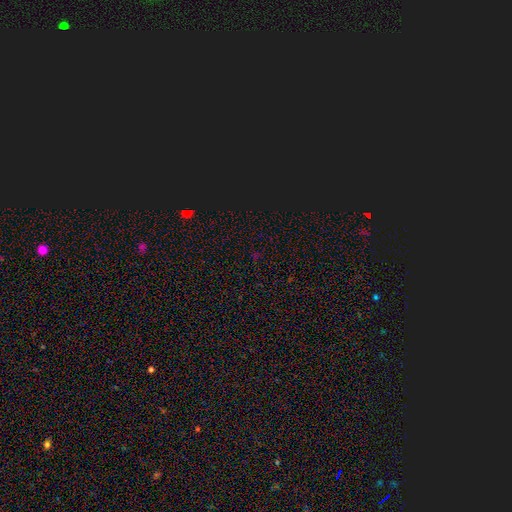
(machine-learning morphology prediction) Smooth or featured? Predicted: star or artifact (p=0.71).